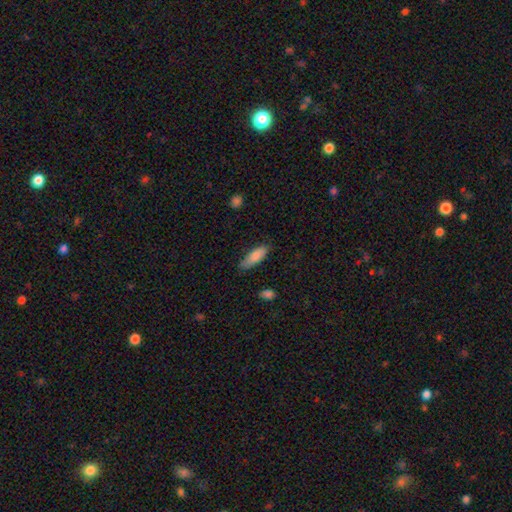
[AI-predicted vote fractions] Smooth or featured? smooth (82%)
How rounded? in between (64%)
Merging? none (76%)